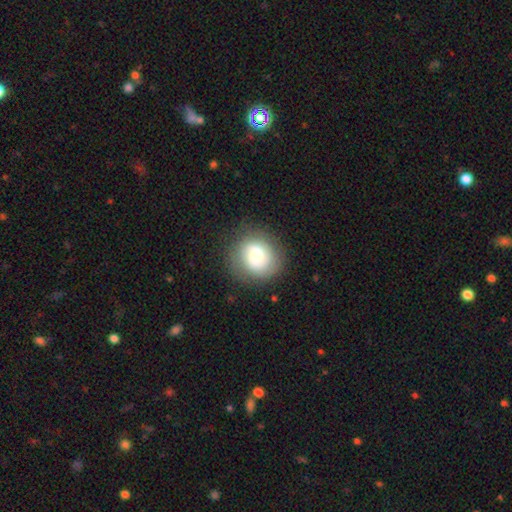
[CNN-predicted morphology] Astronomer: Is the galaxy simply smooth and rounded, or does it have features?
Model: featured or disk — 58% (runner-up: smooth, 34%).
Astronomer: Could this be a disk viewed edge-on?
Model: no — 98%.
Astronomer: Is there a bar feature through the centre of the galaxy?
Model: no — 47% (runner-up: weak, 44%).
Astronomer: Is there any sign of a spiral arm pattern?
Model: yes — 90%.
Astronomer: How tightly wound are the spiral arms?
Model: medium — 45% (runner-up: tight, 31%).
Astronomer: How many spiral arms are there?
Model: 2 — 78%.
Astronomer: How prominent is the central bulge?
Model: moderate — 43% (runner-up: small, 38%).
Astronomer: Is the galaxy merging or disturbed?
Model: none — 82%.